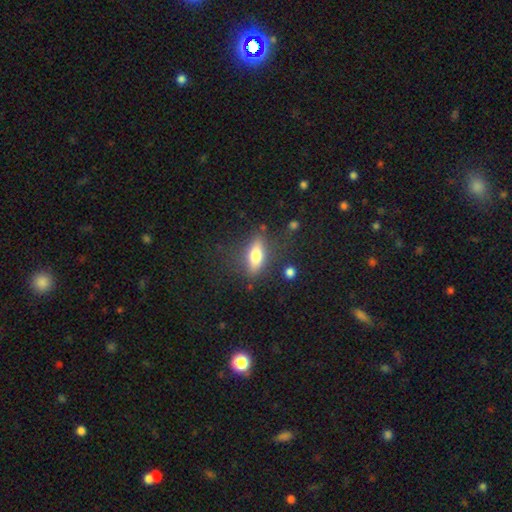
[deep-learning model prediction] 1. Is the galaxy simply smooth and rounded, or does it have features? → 66% smooth, 26% featured or disk, 8% star or artifact.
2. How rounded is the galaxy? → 66% in between, 30% cigar-shaped, 4% round.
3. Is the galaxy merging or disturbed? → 77% none, 15% minor disturbance, 5% major disturbance, 3% merger.